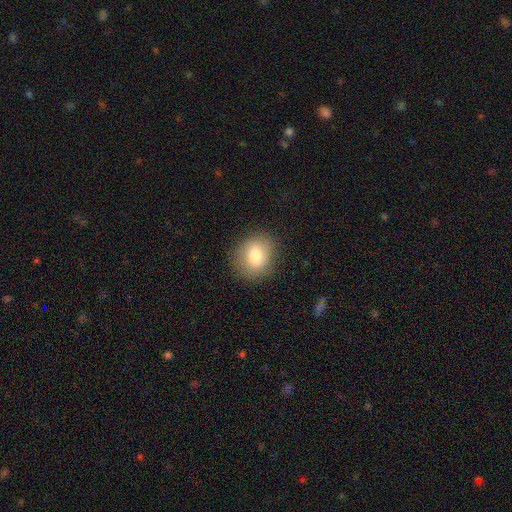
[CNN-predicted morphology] The model was most divided on "how rounded": round: 63%, in between: 36%, cigar-shaped: 1%. More confident: merging — none (84%); smooth or featured — smooth (75%).